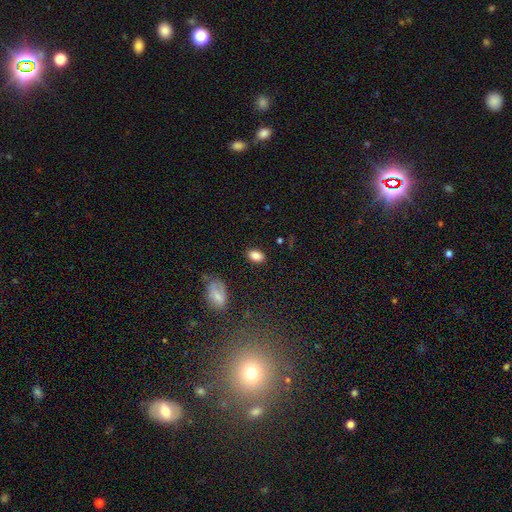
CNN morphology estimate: The model was most divided on "merging": none: 85%, minor disturbance: 11%, major disturbance: 3%, merger: 2%. More confident: how rounded — in between (89%); smooth or featured — smooth (85%).